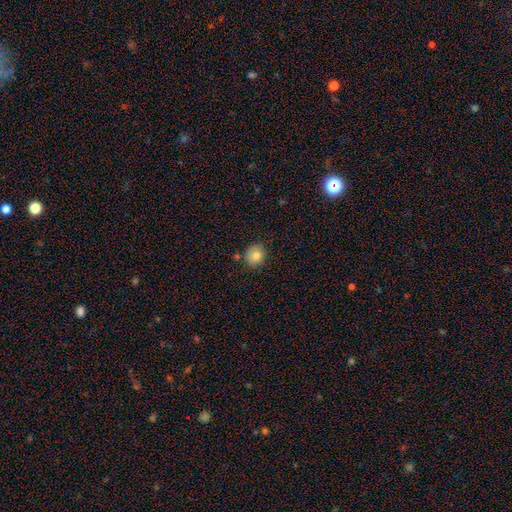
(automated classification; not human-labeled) smooth 81%, star or artifact 10%, featured or disk 9%. Down the decision tree: how rounded — round (81%); merging — none (79%).